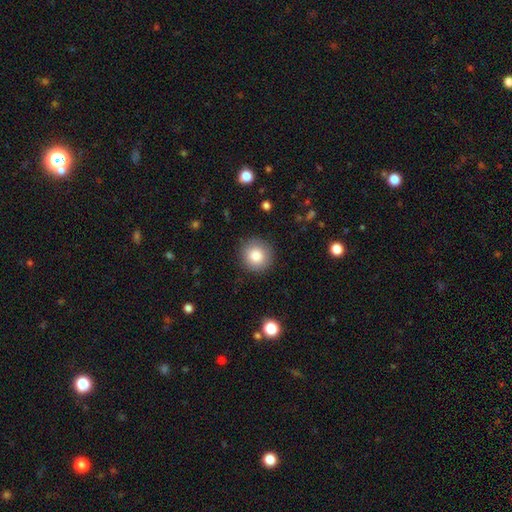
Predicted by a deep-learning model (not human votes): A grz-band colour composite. It shows a smooth galaxy with no disk features (84%) that is round (94%). Merging: none (89%).